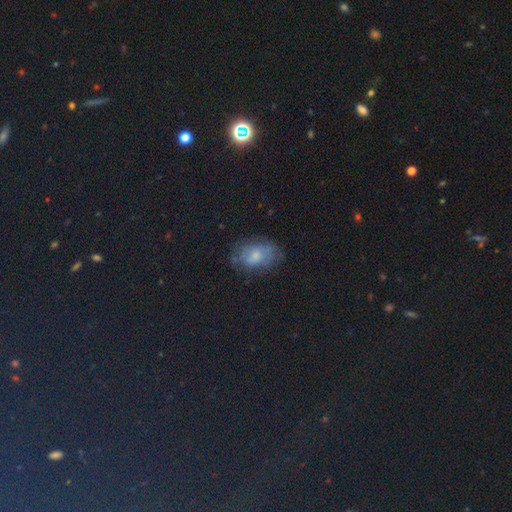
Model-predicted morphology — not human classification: type=smooth (54%); roundness=in between (82%); merging=none (61%).